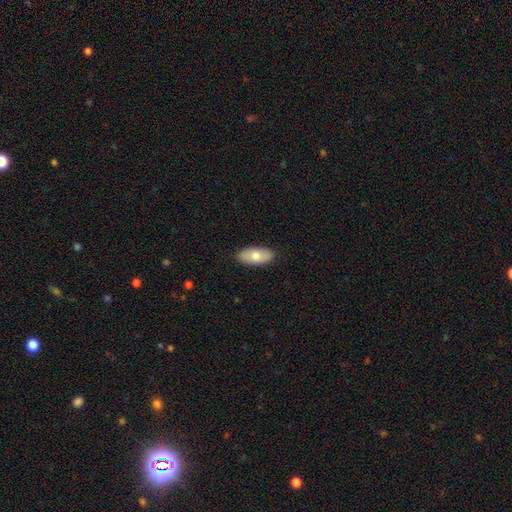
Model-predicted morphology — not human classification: The model was most divided on "smooth or featured": smooth: 73%, featured or disk: 21%, star or artifact: 6%. More confident: merging — none (88%); how rounded — in between (88%).